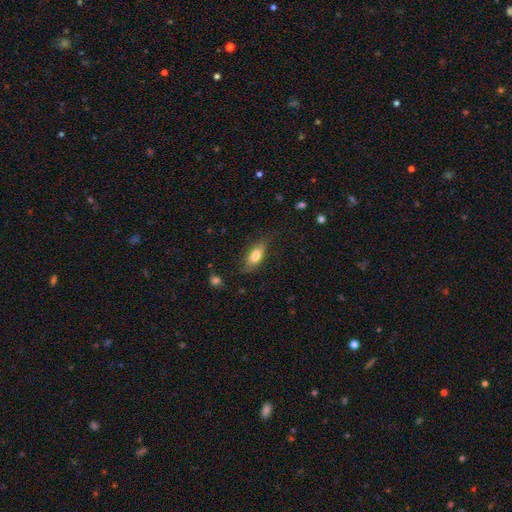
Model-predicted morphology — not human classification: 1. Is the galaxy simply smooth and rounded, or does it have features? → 74% smooth, 19% featured or disk, 7% star or artifact.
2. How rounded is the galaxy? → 73% in between, 23% cigar-shaped, 3% round.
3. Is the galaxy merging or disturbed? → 76% none, 18% minor disturbance, 5% major disturbance, 1% merger.